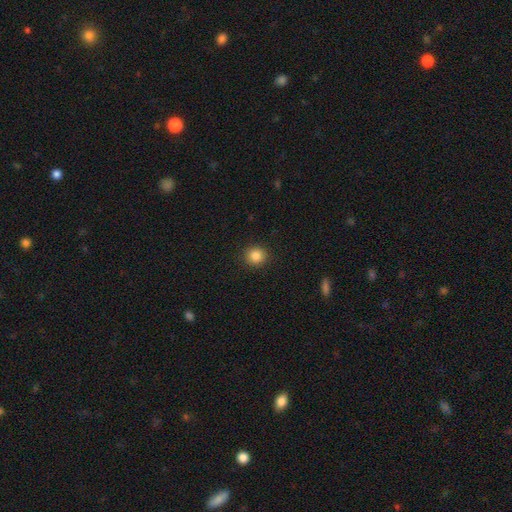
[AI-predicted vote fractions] smooth-or-featured: smooth: 86% | star or artifact: 10% | featured or disk: 4%
  how-rounded: round: 92% | in between: 7% | cigar-shaped: 1%
  merging: none: 92% | minor disturbance: 5% | major disturbance: 2% | merger: 1%